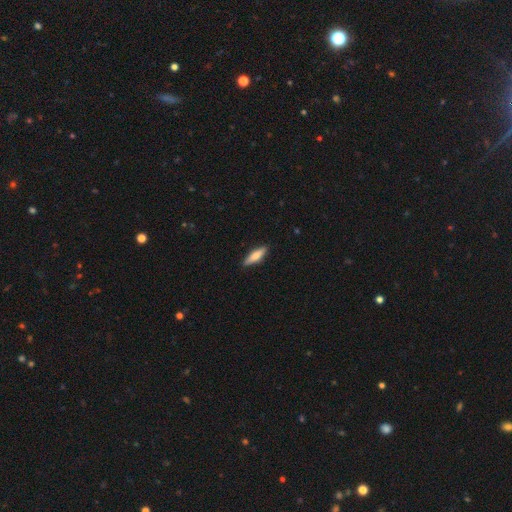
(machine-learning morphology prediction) This is likely a smooth galaxy (67%). How rounded: likely cigar-shaped (65%). Merging: clearly none (89%).